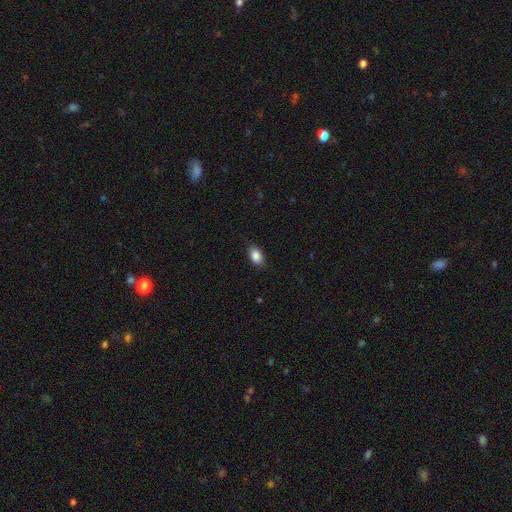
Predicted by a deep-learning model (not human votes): Morphology: type=smooth (87%); roundness=in between (89%); merging=none (84%).